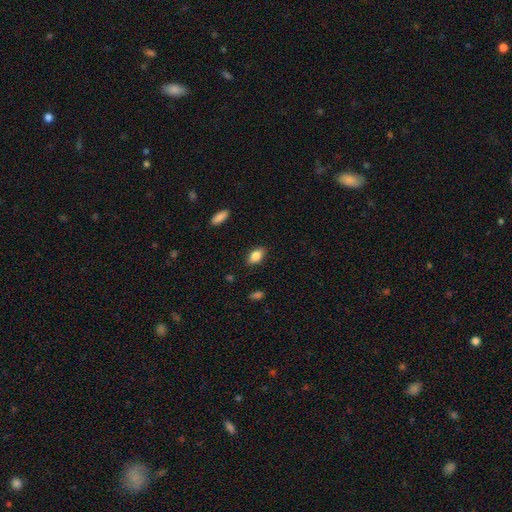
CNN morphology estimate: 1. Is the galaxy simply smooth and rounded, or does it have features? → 83% smooth, 9% featured or disk, 8% star or artifact.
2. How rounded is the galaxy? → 88% in between, 8% round, 4% cigar-shaped.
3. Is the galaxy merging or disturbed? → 86% none, 11% minor disturbance, 2% major disturbance, 1% merger.